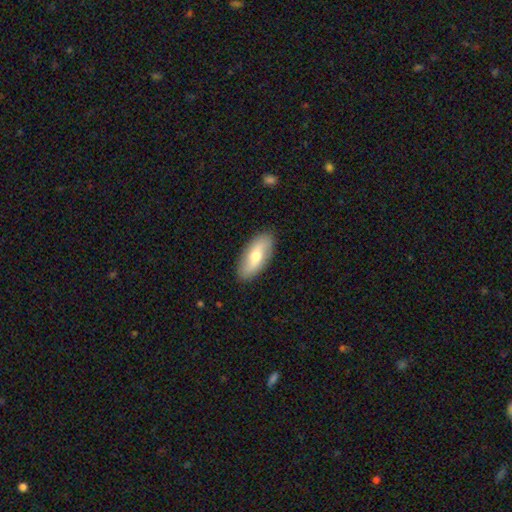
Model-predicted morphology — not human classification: A smooth galaxy with no disk features (56%) that is in between round and cigar-shaped (82%). Merging: none (88%).